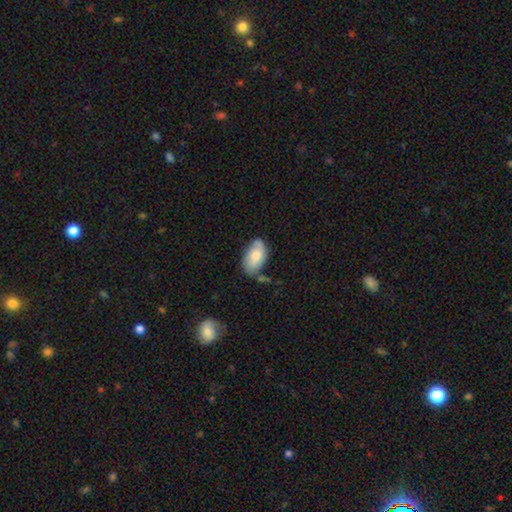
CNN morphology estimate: Smooth or featured: smooth — 71% (featured or disk — 23%)
How rounded: in between — 94% (round — 4%)
Merging: none — 58% (minor disturbance — 27%)